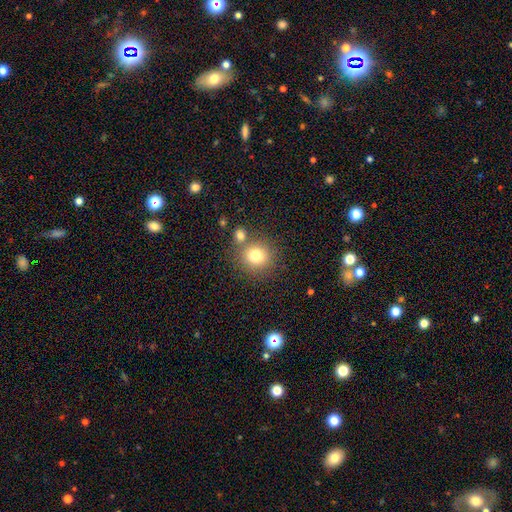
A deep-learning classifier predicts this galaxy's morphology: A smooth galaxy with no disk features (77%) that is round (89%). Merging: none (70%).